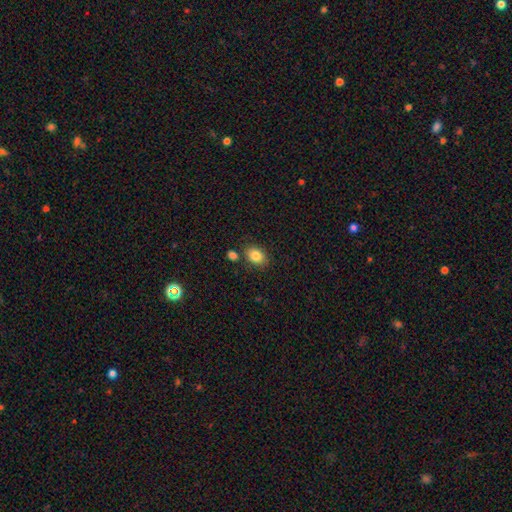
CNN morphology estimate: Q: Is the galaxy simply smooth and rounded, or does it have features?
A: smooth — 84%.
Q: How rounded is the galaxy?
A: in between — 75%.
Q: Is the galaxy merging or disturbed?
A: none — 77%.